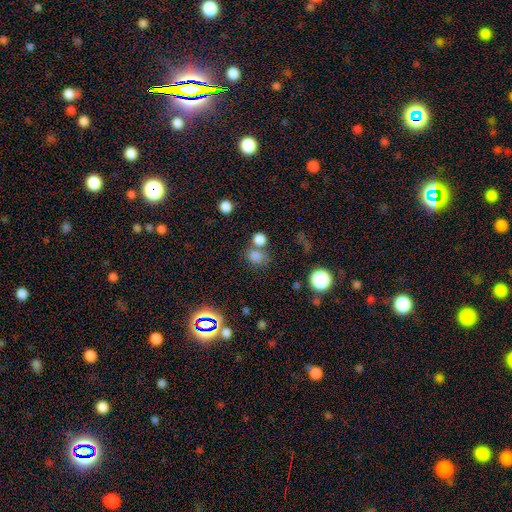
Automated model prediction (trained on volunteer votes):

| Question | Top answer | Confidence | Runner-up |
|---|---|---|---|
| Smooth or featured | smooth | 76% | star or artifact (18%) |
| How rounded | round | 77% | in between (22%) |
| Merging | none | 57% | merger (27%) |